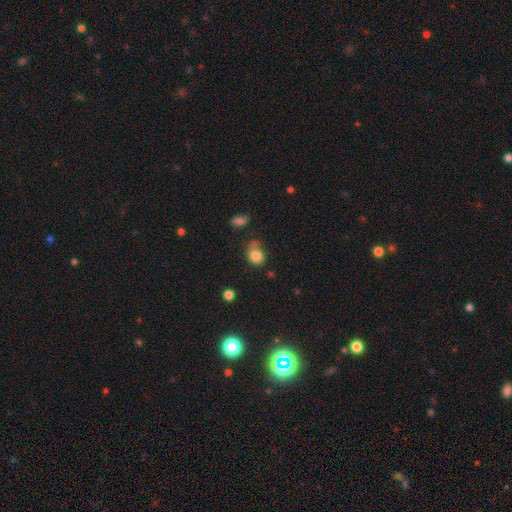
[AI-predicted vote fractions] smooth 81%, star or artifact 10%, featured or disk 9%. Down the decision tree: how rounded — round (54%); merging — none (46%).